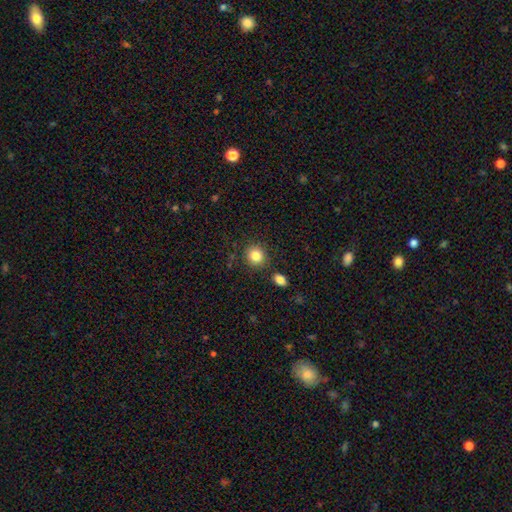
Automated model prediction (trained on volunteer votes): smooth_or_featured: smooth (p=0.84) [alt: star or artifact p=0.10]
how_rounded: round (p=0.86) [alt: in between p=0.14]
merging: none (p=0.84) [alt: minor disturbance p=0.08]